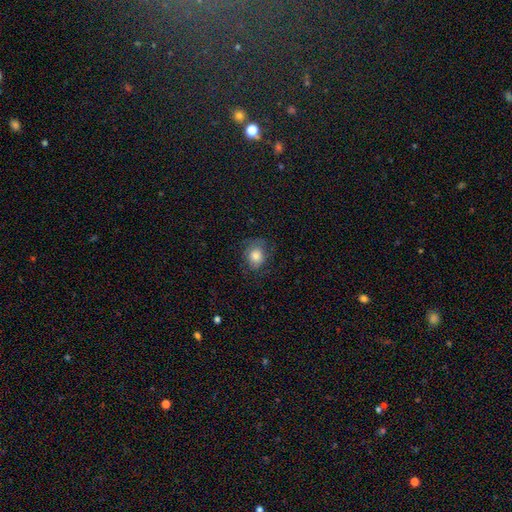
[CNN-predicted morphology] A smooth galaxy with no disk features (73%) that is round (66%). Merging: none (66%).